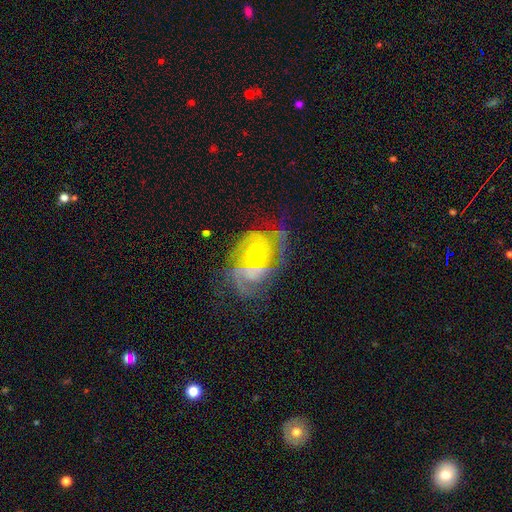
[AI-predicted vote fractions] Overall: featured or disk (81%). Edge-on disk: no (97%). Bar: no (58%; weak 34%). Spiral arms: yes (93%). Spiral arm count: can't tell (30%; 2 24%). Spiral winding: tight (49%; medium 39%). Bulge size: small (78%). Merging: none (41%; merger 24%).